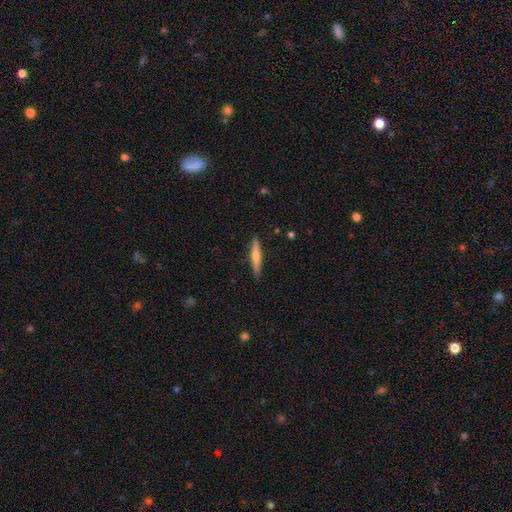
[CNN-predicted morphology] A featured or disk galaxy (48%).

Vote fractions:
- Smooth or featured? featured or disk: 48% / smooth: 46% / star or artifact: 6%
- Merging? none: 89% / minor disturbance: 8% / major disturbance: 2% / merger: 1%